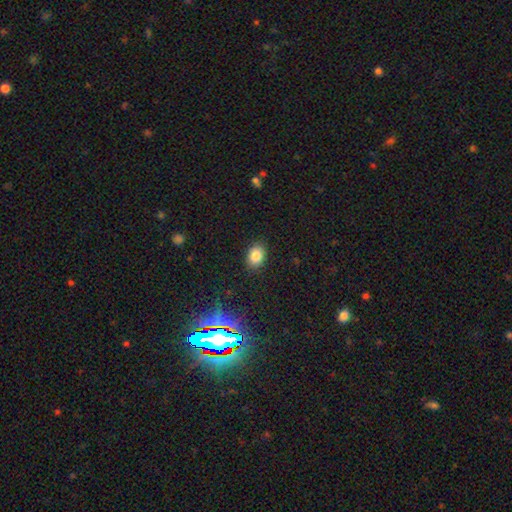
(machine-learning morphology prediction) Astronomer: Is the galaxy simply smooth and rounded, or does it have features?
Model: smooth — 83%.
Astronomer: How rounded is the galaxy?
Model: in between — 74%.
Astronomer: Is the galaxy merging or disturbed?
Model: none — 87%.